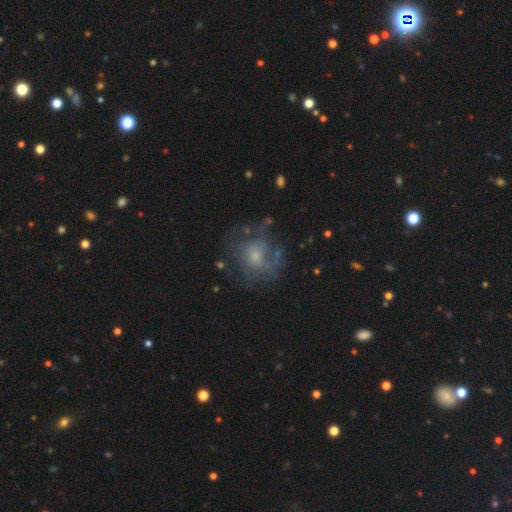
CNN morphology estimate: Q: Smooth or featured?
A: featured or disk (58%); runner-up: smooth (30%)
Q: Edge-on disk?
A: no (97%); runner-up: yes (3%)
Q: Bar?
A: no (77%); runner-up: weak (20%)
Q: Spiral arms?
A: yes (57%); runner-up: no (43%)
Q: Bulge size?
A: small (45%); runner-up: moderate (42%)
Q: Merging?
A: none (54%); runner-up: major disturbance (24%)